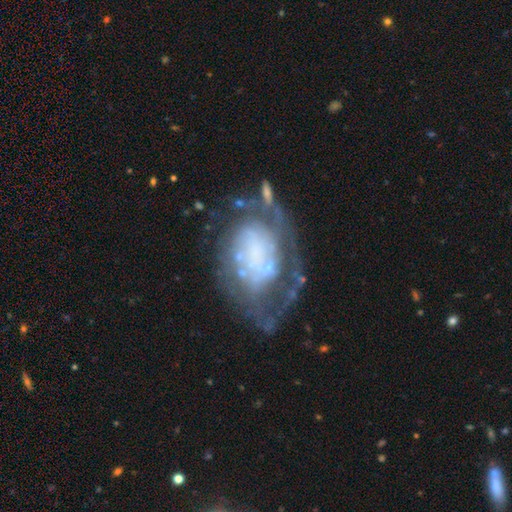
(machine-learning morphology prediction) Smooth or featured: featured or disk — 76% (smooth — 16%)
Edge-on disk: no — 97% (yes — 3%)
Bar: no — 80% (weak — 14%)
Spiral arms: yes — 66% (no — 34%)
Bulge size: none — 58% (large — 15%)
Merging: none — 39% (major disturbance — 34%)